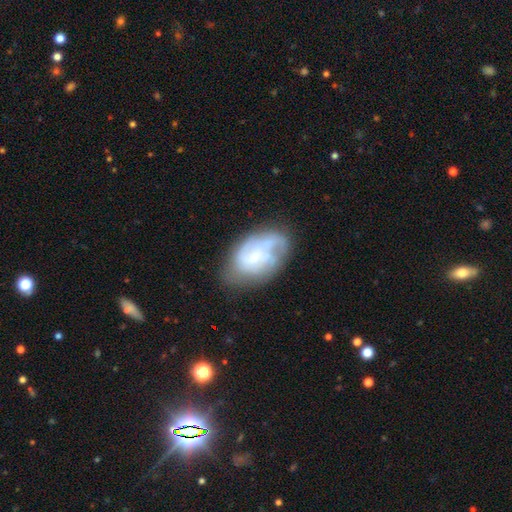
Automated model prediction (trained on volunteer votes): A featured or disk galaxy (61%) with no bar (62%), spiral arms (72%) and a small central bulge (59%).

Vote fractions:
- Smooth or featured? featured or disk: 61% / smooth: 31% / star or artifact: 8%
- Edge-on disk? no: 97% / yes: 3%
- Bar? no: 62% / weak: 32% / strong: 6%
- Spiral arms? yes: 72% / no: 28%
- Bulge size? small: 59% / moderate: 21% / none: 16% / large: 3% / dominant: 1%
- Merging? none: 51% / minor disturbance: 27% / major disturbance: 18% / merger: 5%